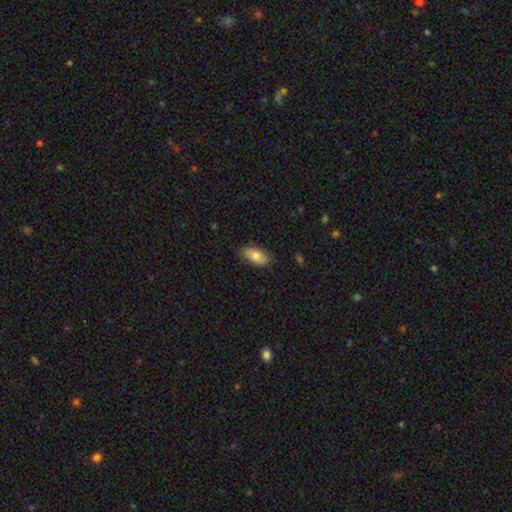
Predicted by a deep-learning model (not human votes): Overall: smooth (79%). How rounded: in between (92%). Merging: none (79%).